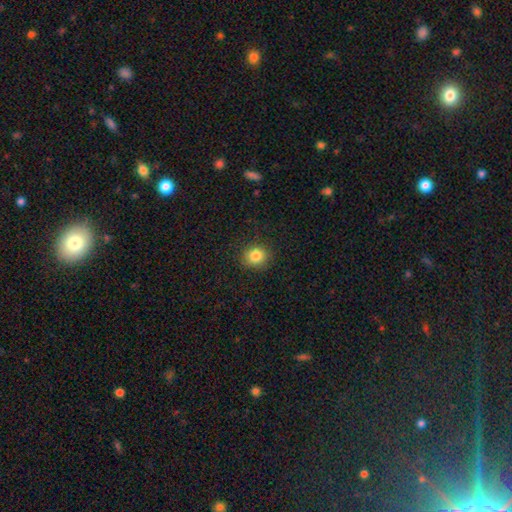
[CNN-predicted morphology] smooth-or-featured: smooth: 83% | star or artifact: 11% | featured or disk: 6%
  how-rounded: round: 85% | in between: 14% | cigar-shaped: 1%
  merging: none: 88% | minor disturbance: 8% | major disturbance: 3% | merger: 1%